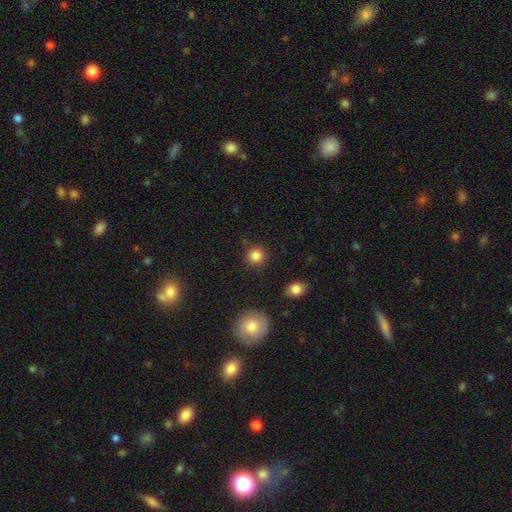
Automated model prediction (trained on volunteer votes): Smooth or featured? smooth (85%)
How rounded? round (92%)
Merging? none (88%)